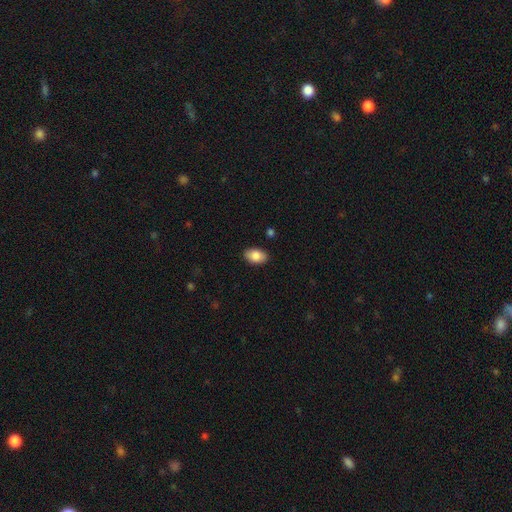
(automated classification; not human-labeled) A smooth galaxy with no disk features (86%) that is in between round and cigar-shaped (90%).

Vote fractions:
- Smooth or featured? smooth: 86% / featured or disk: 7% / star or artifact: 7%
- How rounded? in between: 90% / round: 9% / cigar-shaped: 1%
- Merging? none: 88% / minor disturbance: 9% / major disturbance: 2% / merger: 1%